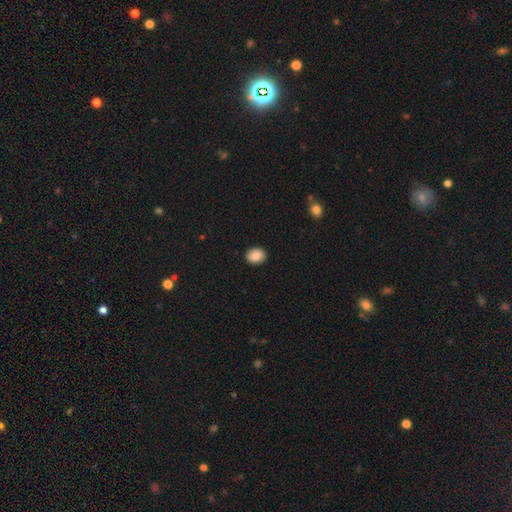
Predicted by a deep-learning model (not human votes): Smooth or featured?
  - smooth: 85% *
  - star or artifact: 8%
  - featured or disk: 7%
How rounded?
  - round: 56% *
  - in between: 43%
  - cigar-shaped: 1%
Merging?
  - none: 91% *
  - minor disturbance: 7%
  - major disturbance: 2%
  - merger: 1%